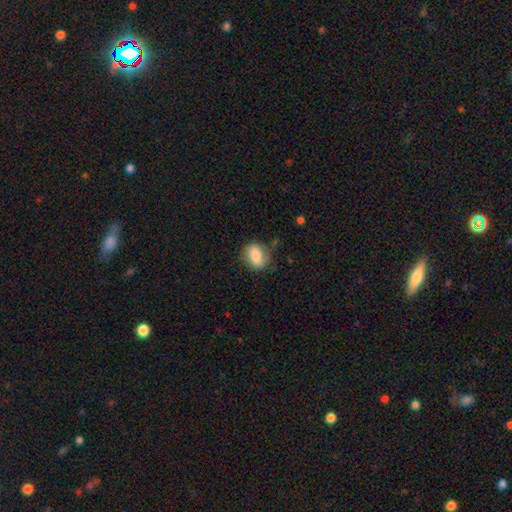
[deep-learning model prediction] The model was most divided on "how rounded": in between: 63%, round: 35%, cigar-shaped: 2%. More confident: smooth or featured — smooth (79%); merging — none (69%).